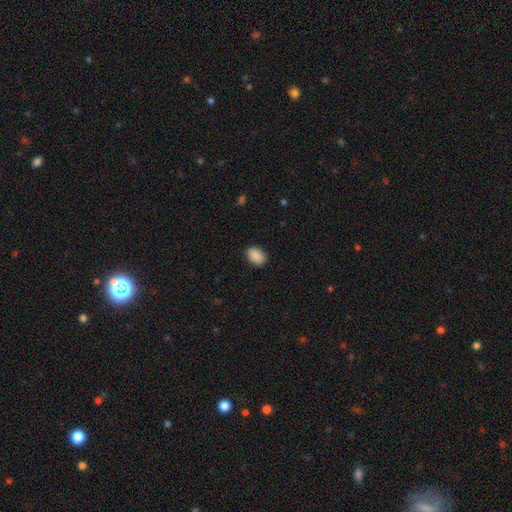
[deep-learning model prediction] smooth-or-featured: smooth: 90% | star or artifact: 7% | featured or disk: 3%
  how-rounded: in between: 81% | round: 18% | cigar-shaped: 1%
  merging: none: 88% | minor disturbance: 9% | major disturbance: 2% | merger: 1%